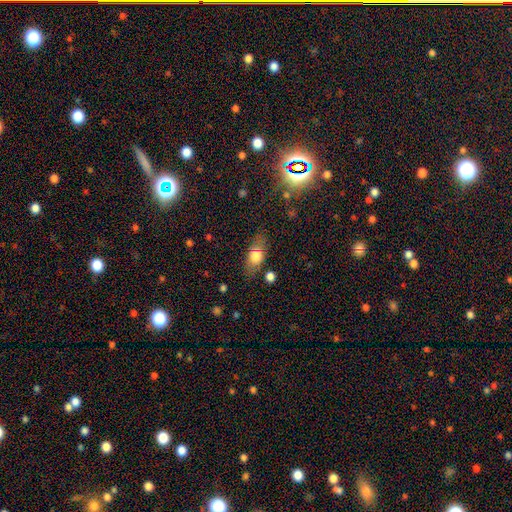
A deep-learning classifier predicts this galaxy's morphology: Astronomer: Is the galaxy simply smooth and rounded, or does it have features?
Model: smooth — 70%.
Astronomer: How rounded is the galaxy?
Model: in between — 77%.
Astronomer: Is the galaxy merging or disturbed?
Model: none — 78%.